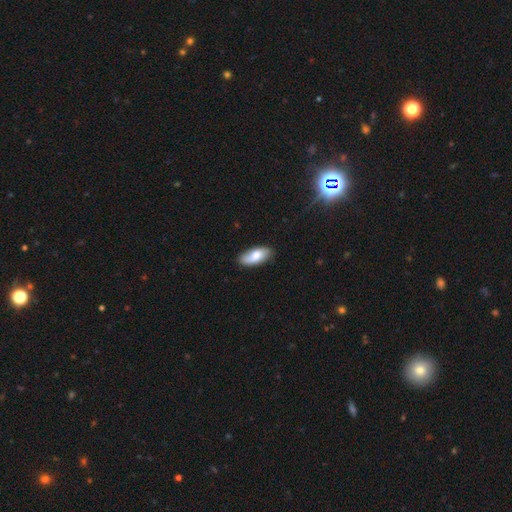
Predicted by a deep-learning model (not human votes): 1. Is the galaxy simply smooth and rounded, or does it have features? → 73% smooth, 21% featured or disk, 6% star or artifact.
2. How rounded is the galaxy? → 87% in between, 11% cigar-shaped, 2% round.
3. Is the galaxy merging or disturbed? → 82% none, 14% minor disturbance, 3% major disturbance, 1% merger.